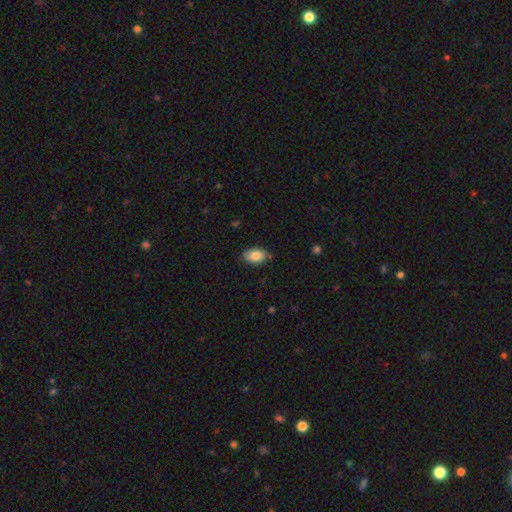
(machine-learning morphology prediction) The model was most divided on "merging": none: 80%, minor disturbance: 16%, major disturbance: 2%, merger: 2%. More confident: how rounded — in between (90%); smooth or featured — smooth (85%).